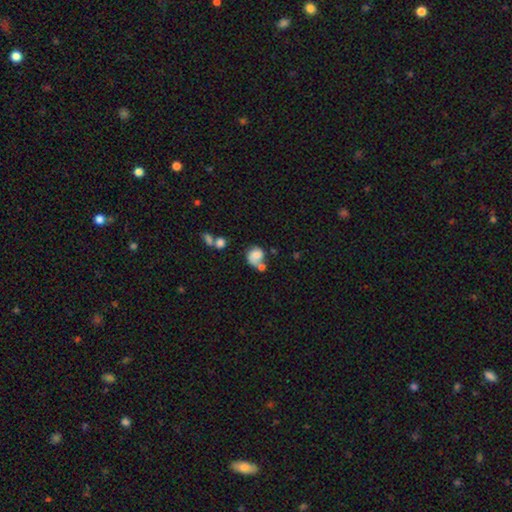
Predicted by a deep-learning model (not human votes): Q: Smooth or featured?
A: smooth (73%); runner-up: featured or disk (17%)
Q: How rounded?
A: round (62%); runner-up: in between (37%)
Q: Merging?
A: merger (33%); runner-up: none (32%)